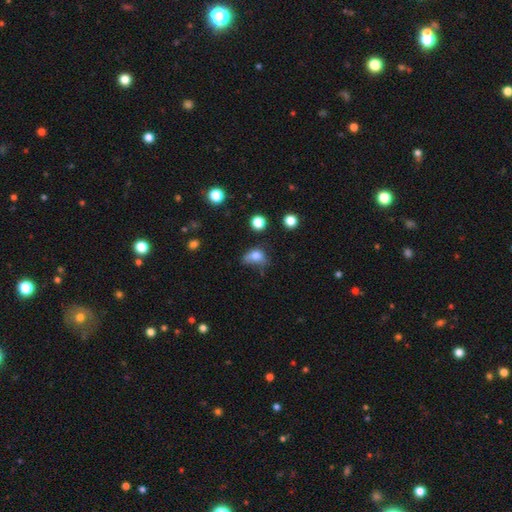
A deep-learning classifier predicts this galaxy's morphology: The model was most divided on "merging": minor disturbance: 36%, none: 30%, major disturbance: 28%, merger: 6%. More confident: smooth or featured — smooth (76%); how rounded — in between (67%).